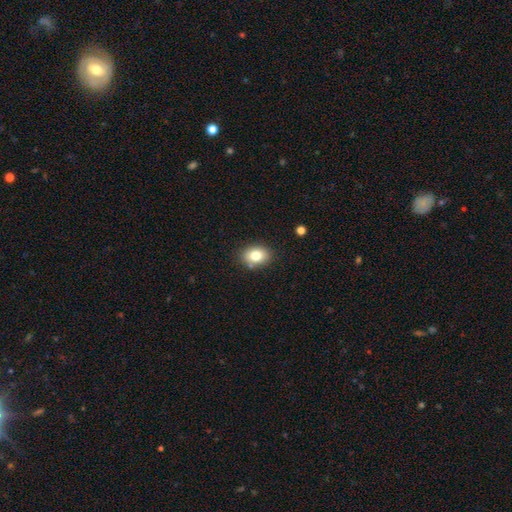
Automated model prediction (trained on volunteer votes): smooth 80%, featured or disk 10%, star or artifact 9%. Down the decision tree: how rounded — in between (69%); merging — none (83%).